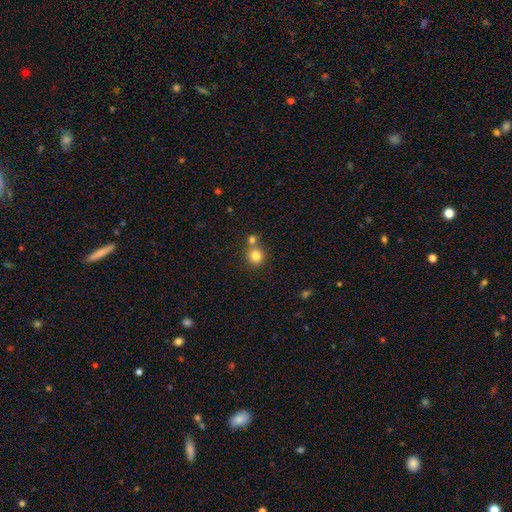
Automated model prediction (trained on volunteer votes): Q: Smooth or featured?
A: smooth (82%); runner-up: star or artifact (11%)
Q: How rounded?
A: round (91%); runner-up: in between (8%)
Q: Merging?
A: none (64%); runner-up: merger (26%)